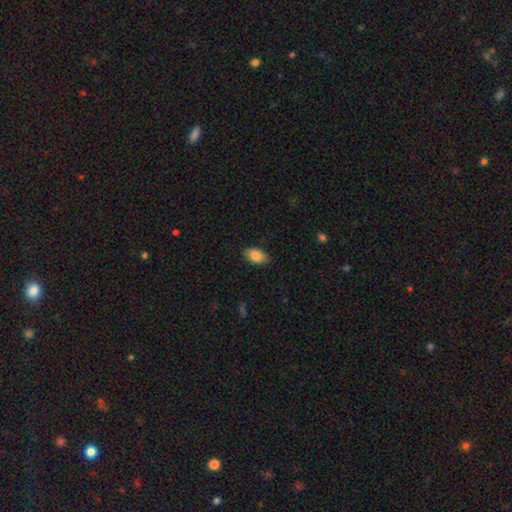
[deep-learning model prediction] Smooth or featured? Predicted: smooth (p=0.87). How rounded? Predicted: in between (p=0.93). Merging? Predicted: none (p=0.86).